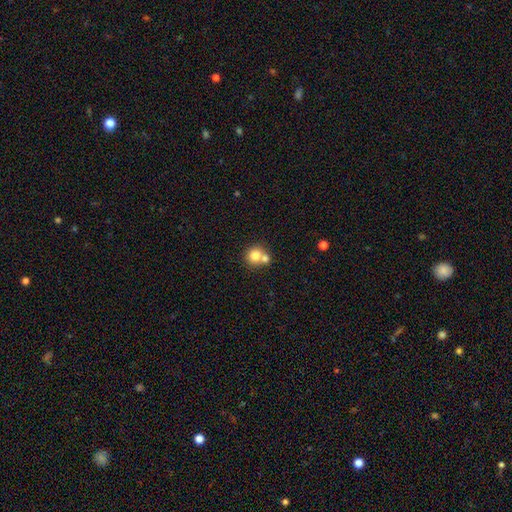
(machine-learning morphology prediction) This is likely a smooth galaxy (78%). How rounded: clearly round (87%). Merging: possibly merger (46%).